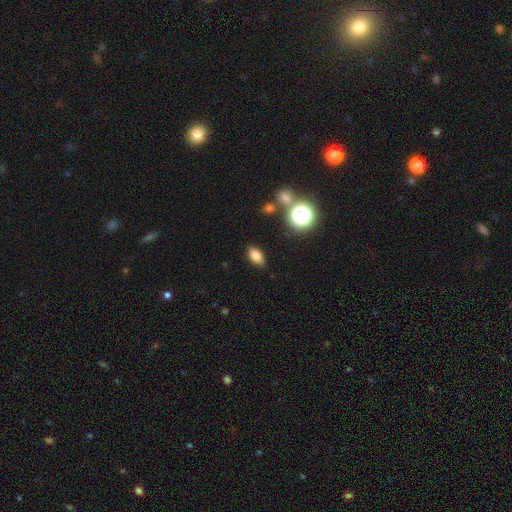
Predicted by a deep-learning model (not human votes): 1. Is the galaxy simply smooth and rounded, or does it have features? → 79% smooth, 13% star or artifact, 7% featured or disk.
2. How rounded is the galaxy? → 87% in between, 8% round, 5% cigar-shaped.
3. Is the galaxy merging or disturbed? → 85% none, 10% minor disturbance, 3% major disturbance, 2% merger.